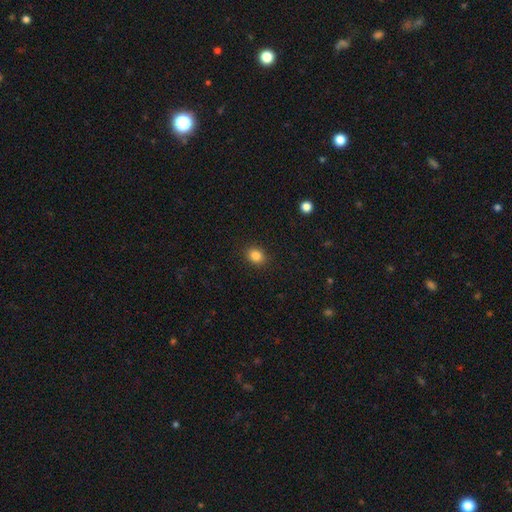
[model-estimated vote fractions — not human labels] A smooth galaxy with no disk features (85%) that is round (58%).

Vote fractions:
- Smooth or featured? smooth: 85% / star or artifact: 11% / featured or disk: 4%
- How rounded? round: 58% / in between: 41% / cigar-shaped: 1%
- Merging? none: 90% / minor disturbance: 7% / major disturbance: 2% / merger: 1%